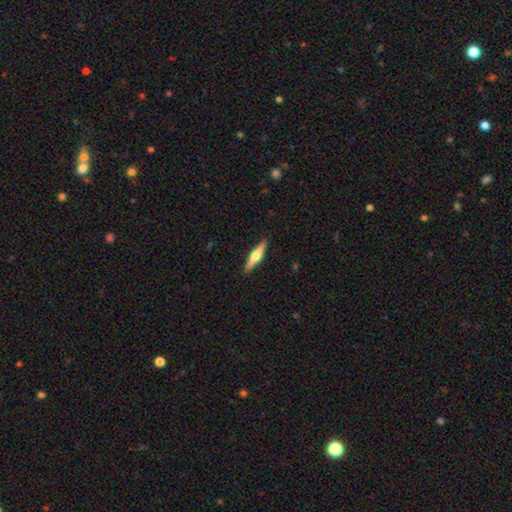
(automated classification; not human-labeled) Smooth or featured?
  - featured or disk: 58% *
  - smooth: 37%
  - star or artifact: 5%
Edge-on disk?
  - yes: 97% *
  - no: 3%
Edge-on bulge?
  - rounded: 92% *
  - boxy: 5%
  - none: 3%
Merging?
  - none: 91% *
  - minor disturbance: 7%
  - major disturbance: 1%
  - merger: 1%